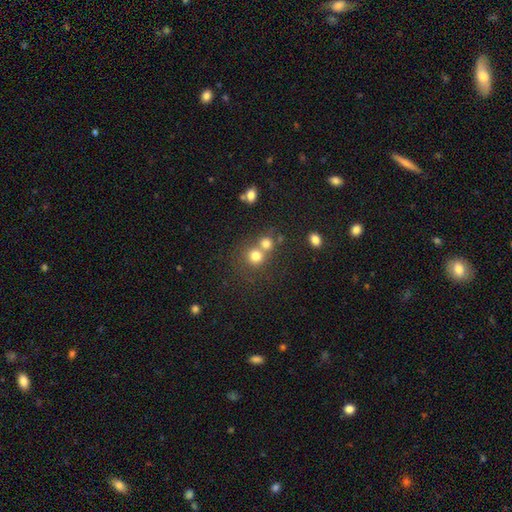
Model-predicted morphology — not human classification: A smooth galaxy with no disk features (76%) that is round (86%).

Vote fractions:
- Smooth or featured? smooth: 76% / star or artifact: 14% / featured or disk: 10%
- How rounded? round: 86% / in between: 13% / cigar-shaped: 1%
- Merging? none: 45% (tied) / merger: 45% (tied) / minor disturbance: 6% / major disturbance: 3%